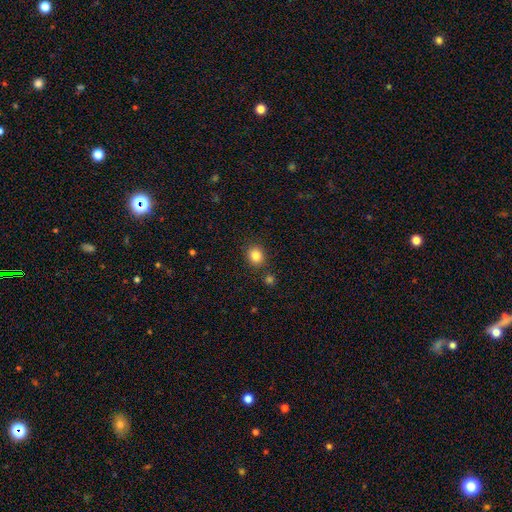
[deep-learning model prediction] smooth_or_featured: smooth (p=0.84) [alt: star or artifact p=0.11]
how_rounded: round (p=0.71) [alt: in between p=0.28]
merging: none (p=0.84) [alt: minor disturbance p=0.09]